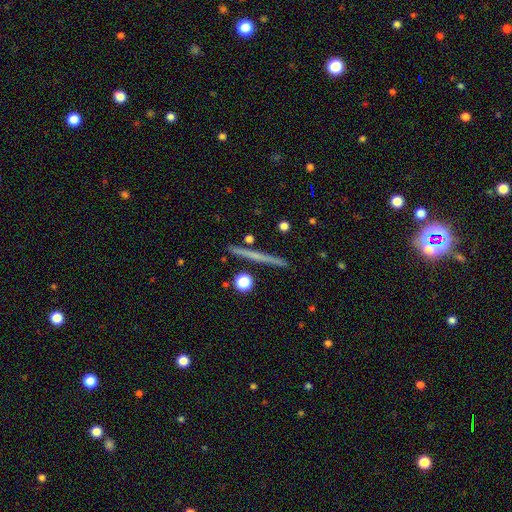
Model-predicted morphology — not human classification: Smooth or featured: featured or disk — 53% (smooth — 39%)
Edge-on disk: yes — 97% (no — 3%)
Edge-on bulge: none — 84% (rounded — 12%)
Merging: none — 91% (minor disturbance — 6%)